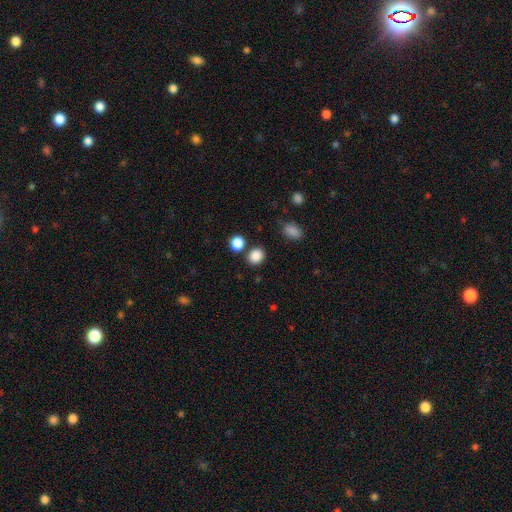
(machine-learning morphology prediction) A smooth galaxy with no disk features (86%) that is round (70%). Merging: none (80%).